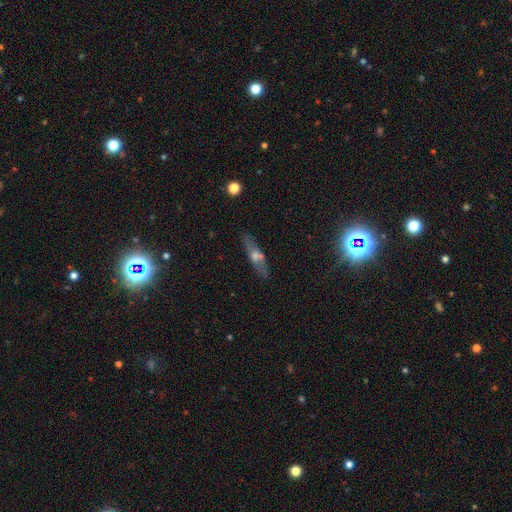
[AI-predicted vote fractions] Smooth or featured? featured or disk (48%)
Merging? none (77%)